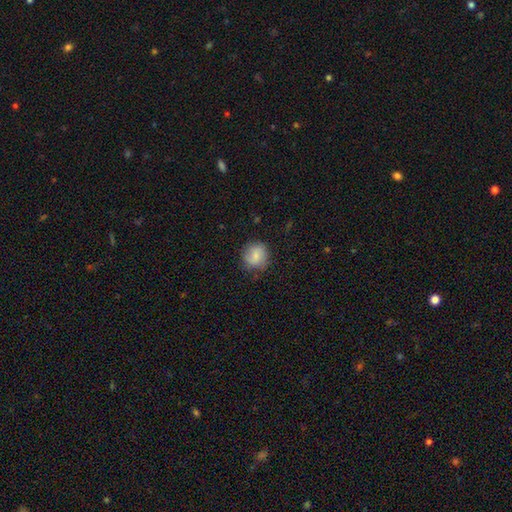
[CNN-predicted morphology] smooth 78%, featured or disk 15%, star or artifact 8%. Down the decision tree: how rounded — round (85%); merging — none (76%).